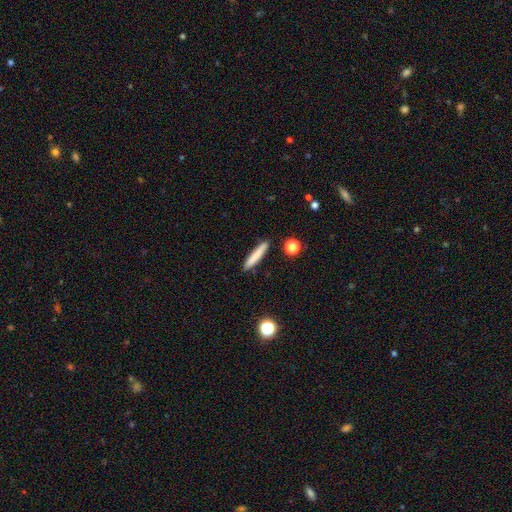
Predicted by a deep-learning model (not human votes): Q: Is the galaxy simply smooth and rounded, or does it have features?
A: smooth — 78%.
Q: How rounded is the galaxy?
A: cigar-shaped — 93%.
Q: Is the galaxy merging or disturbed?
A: none — 89%.